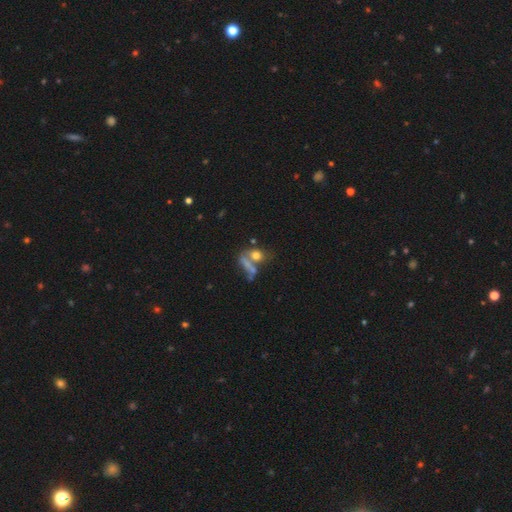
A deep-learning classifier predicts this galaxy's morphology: Smooth or featured? Predicted: smooth (p=0.65). How rounded? Predicted: in between (p=0.49). Merging? Predicted: merger (p=0.42).